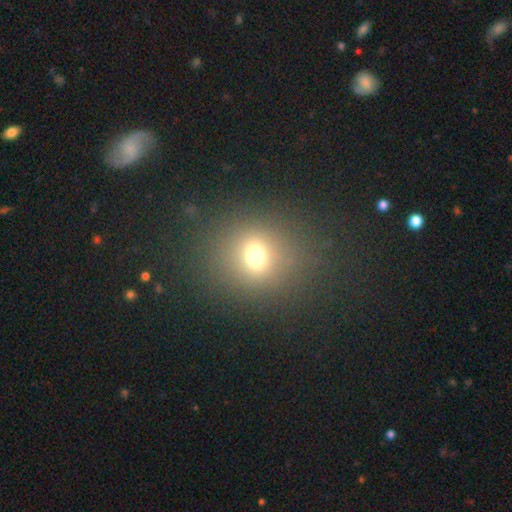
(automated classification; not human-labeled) Q: Smooth or featured?
A: smooth (69%); runner-up: star or artifact (21%)
Q: How rounded?
A: round (74%); runner-up: in between (24%)
Q: Merging?
A: none (82%); runner-up: minor disturbance (9%)